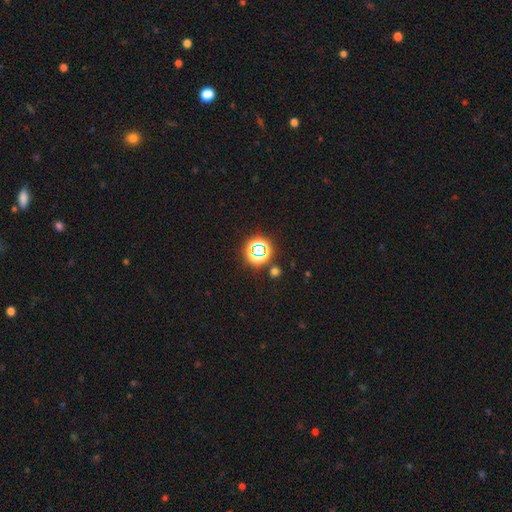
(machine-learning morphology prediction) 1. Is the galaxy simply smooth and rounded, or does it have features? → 63% star or artifact, 28% smooth, 9% featured or disk.